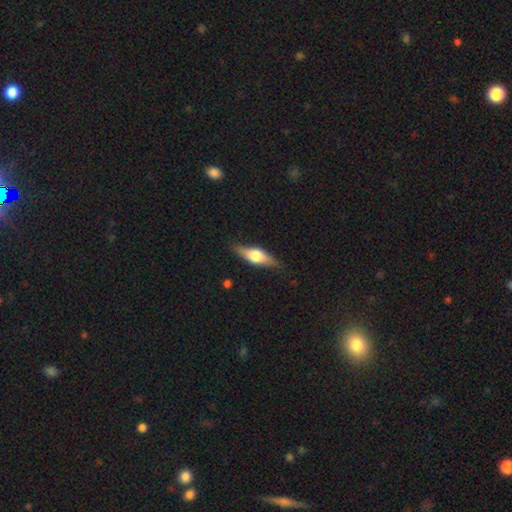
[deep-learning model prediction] smooth_or_featured: featured or disk (p=0.56) [alt: smooth p=0.38]
disk_edge_on: yes (p=0.92) [alt: no p=0.08]
edge_on_bulge: rounded (p=0.92) [alt: boxy p=0.06]
merging: none (p=0.84) [alt: minor disturbance p=0.12]